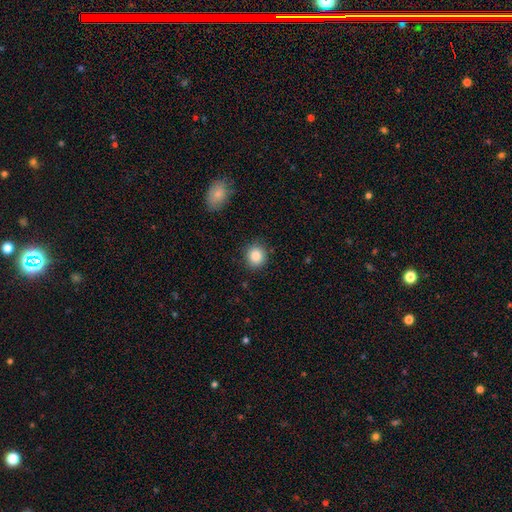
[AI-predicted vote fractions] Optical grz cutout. It shows a smooth galaxy with no disk features (86%) that is round (84%). Merging: none (89%).